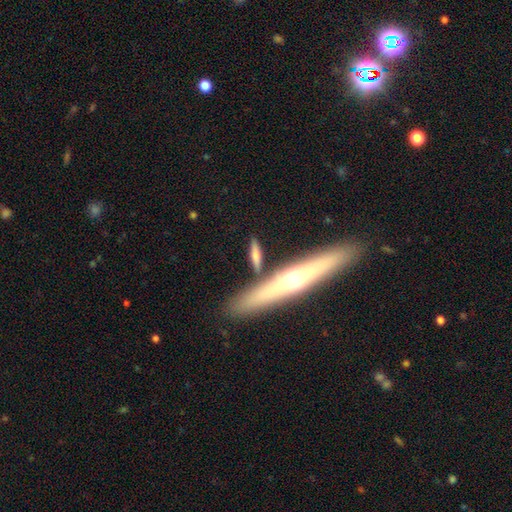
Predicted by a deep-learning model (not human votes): Smooth or featured? Predicted: smooth (p=0.58). How rounded? Predicted: cigar-shaped (p=0.72). Merging? Predicted: none (p=0.70).